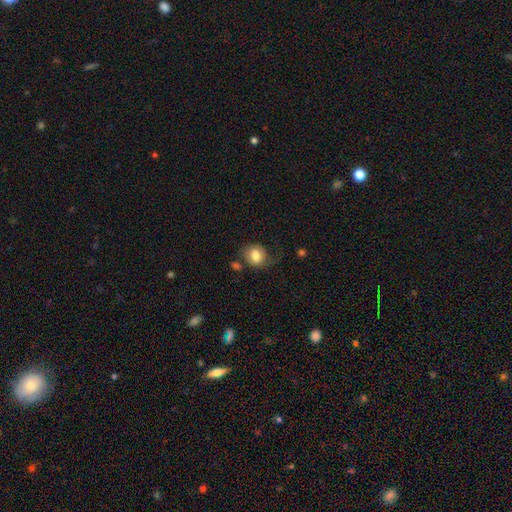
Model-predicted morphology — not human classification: This appears to be a smooth galaxy with no disk features (78%) that is round (64%). Merging: none (58%).